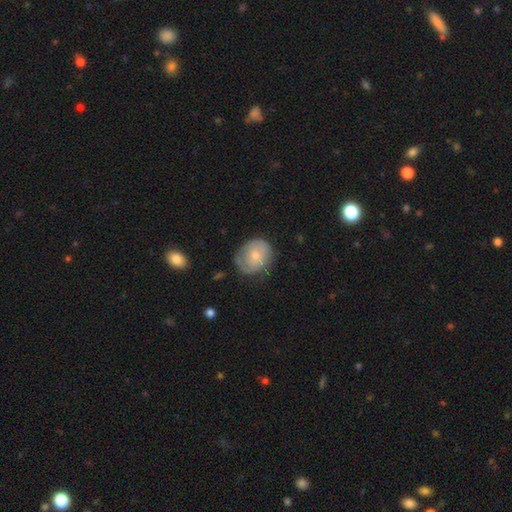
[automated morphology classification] smooth-or-featured: smooth: 48% | featured or disk: 45% | star or artifact: 7%
  merging: none: 61% | minor disturbance: 27% | major disturbance: 11% | merger: 2%